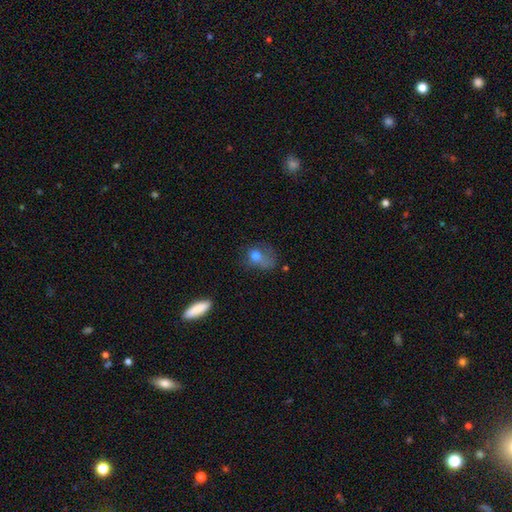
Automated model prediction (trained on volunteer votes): A smooth galaxy with no disk features (70%) that is in between round and cigar-shaped (51%).

Vote fractions:
- Smooth or featured? smooth: 70% / featured or disk: 18% / star or artifact: 12%
- How rounded? in between: 51% / round: 47% / cigar-shaped: 2%
- Merging? major disturbance: 38% / none: 29% / minor disturbance: 27% / merger: 6%